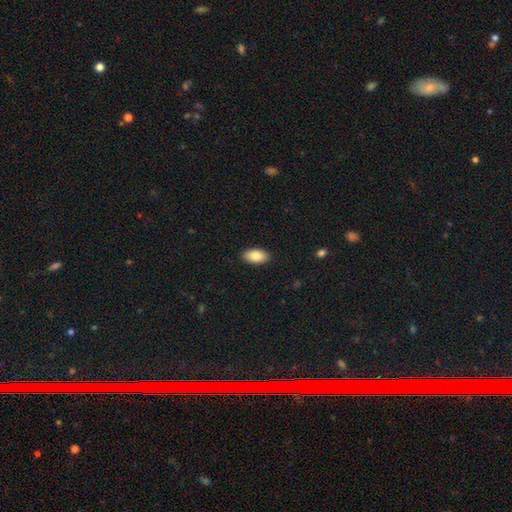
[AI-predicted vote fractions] smooth 85%, featured or disk 9%, star or artifact 7%. Down the decision tree: how rounded — in between (94%); merging — none (90%).